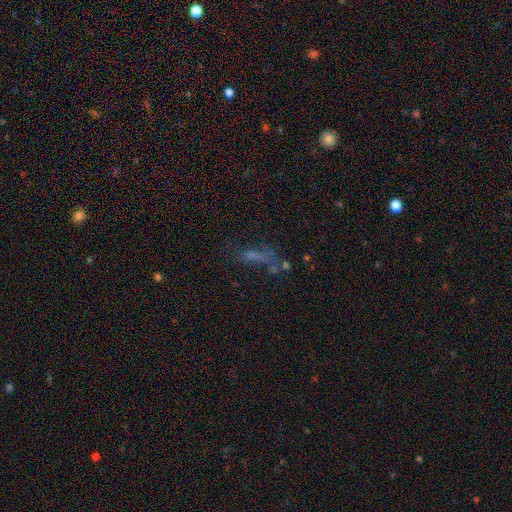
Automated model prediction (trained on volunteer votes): smooth 39%, star or artifact 32%, featured or disk 29%. Down the decision tree: merging — none (38%).